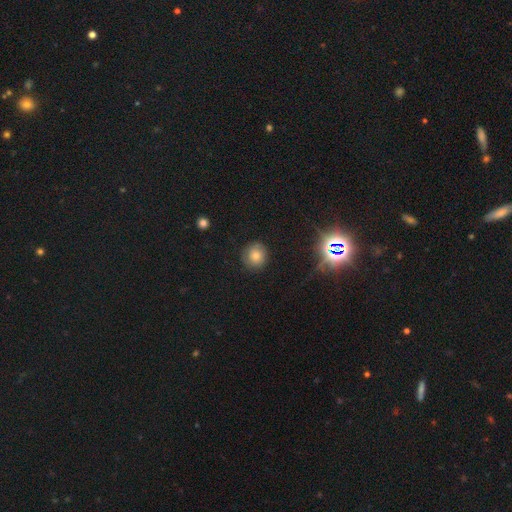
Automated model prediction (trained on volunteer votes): smooth_or_featured: smooth (p=0.73) [alt: star or artifact p=0.14]
how_rounded: round (p=0.88) [alt: in between p=0.11]
merging: none (p=0.84) [alt: minor disturbance p=0.12]